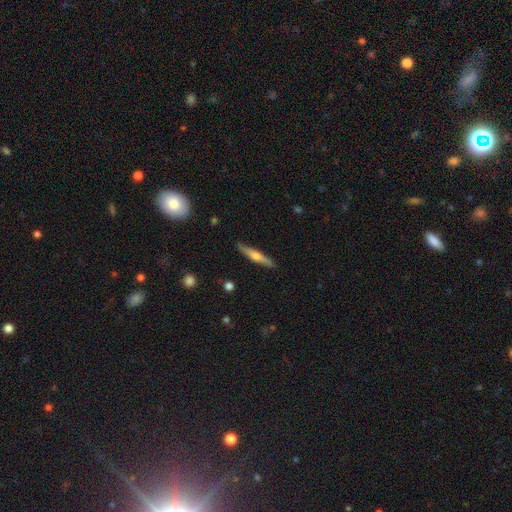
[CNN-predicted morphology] smooth-or-featured: featured or disk: 56% | smooth: 38% | star or artifact: 6%
  disk-edge-on: yes: 96% | no: 4%
    edge-on-bulge: rounded: 80% | none: 10% | boxy: 10%
  merging: none: 88% | minor disturbance: 9% | major disturbance: 2% | merger: 1%